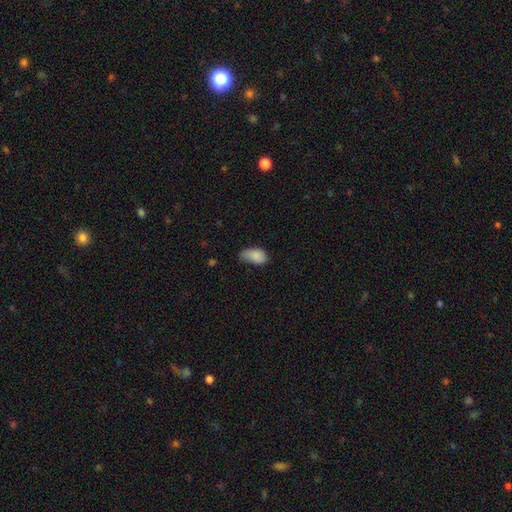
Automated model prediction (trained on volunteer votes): Smooth or featured: smooth — 85% (star or artifact — 8%)
How rounded: in between — 92% (round — 6%)
Merging: minor disturbance — 47% (none — 39%)